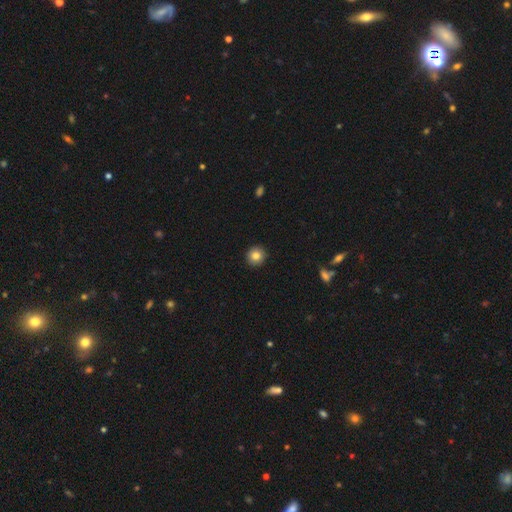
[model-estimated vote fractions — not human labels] This appears to be a smooth galaxy with no disk features (84%) that is round (92%). Merging: none (92%).